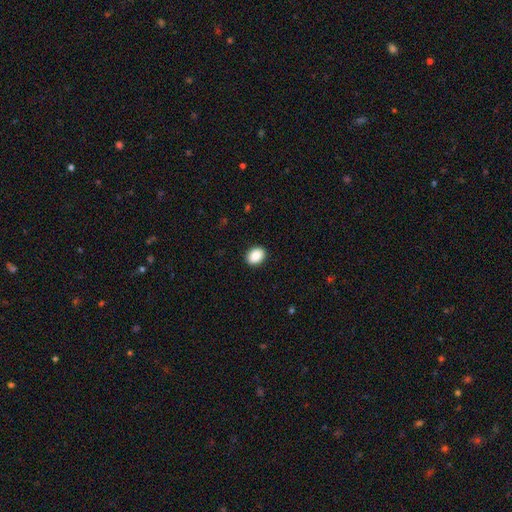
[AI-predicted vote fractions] Morphology: type=smooth (89%); roundness=in between (68%); merging=none (91%).